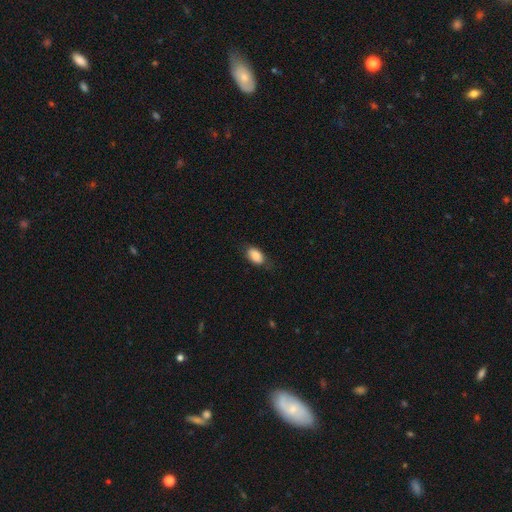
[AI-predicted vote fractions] This appears to be a smooth galaxy with no disk features (86%) that is in between round and cigar-shaped (92%). Merging: none (74%).